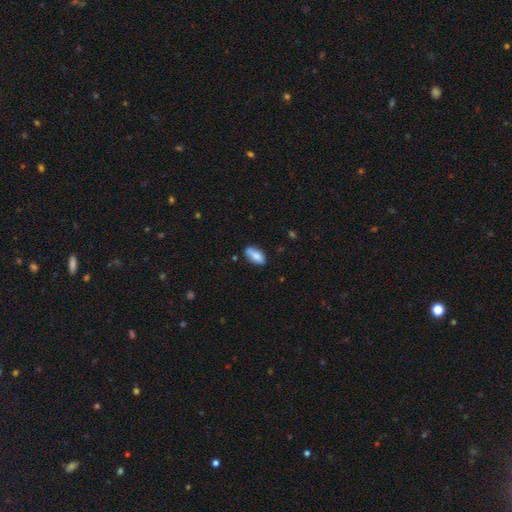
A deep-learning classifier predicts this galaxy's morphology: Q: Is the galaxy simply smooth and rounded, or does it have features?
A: smooth — 78%.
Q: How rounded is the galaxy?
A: in between — 85%.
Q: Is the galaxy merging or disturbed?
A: none — 73%.